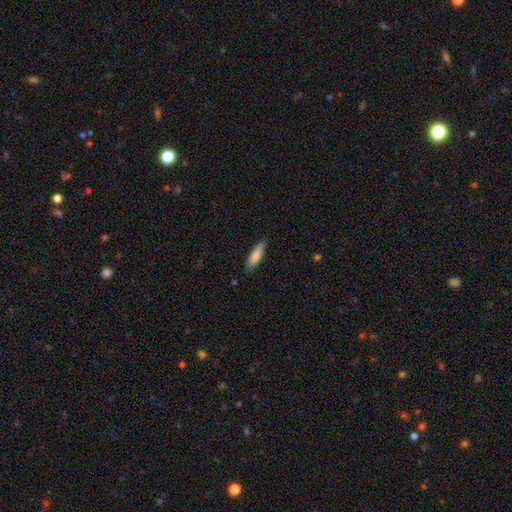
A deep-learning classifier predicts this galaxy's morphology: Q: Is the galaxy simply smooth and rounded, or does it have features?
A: smooth — 82%.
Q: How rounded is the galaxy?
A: cigar-shaped — 67%.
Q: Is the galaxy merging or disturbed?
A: none — 82%.